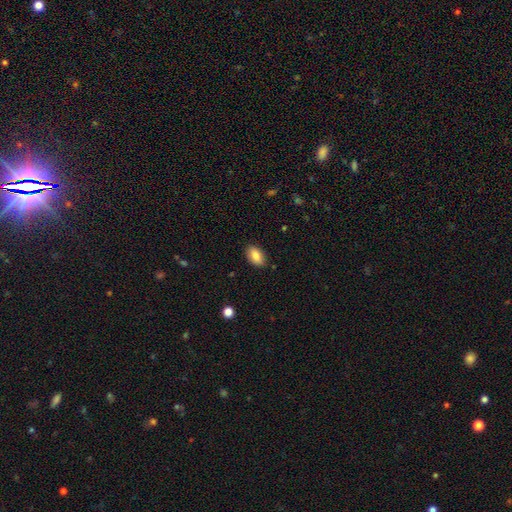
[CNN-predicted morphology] type=smooth (86%); roundness=in between (92%); merging=none (88%).